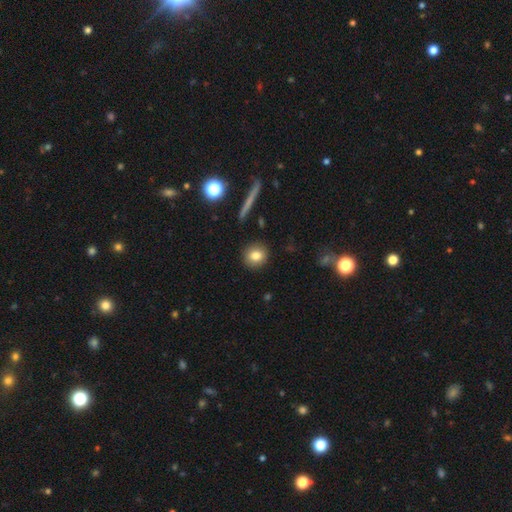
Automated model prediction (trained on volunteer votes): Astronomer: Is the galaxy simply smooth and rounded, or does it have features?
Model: smooth — 81%.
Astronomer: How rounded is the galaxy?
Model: round — 86%.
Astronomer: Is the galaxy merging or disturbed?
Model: none — 91%.